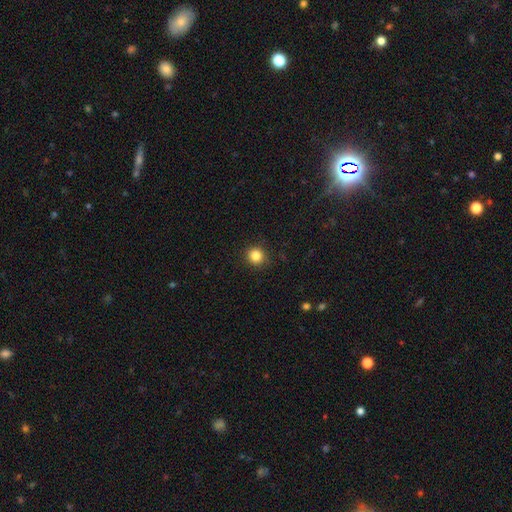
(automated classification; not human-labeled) smooth-or-featured: smooth: 84% | star or artifact: 12% | featured or disk: 4%
  how-rounded: round: 92% | in between: 7% | cigar-shaped: 1%
  merging: none: 90% | minor disturbance: 7% | major disturbance: 2% | merger: 1%